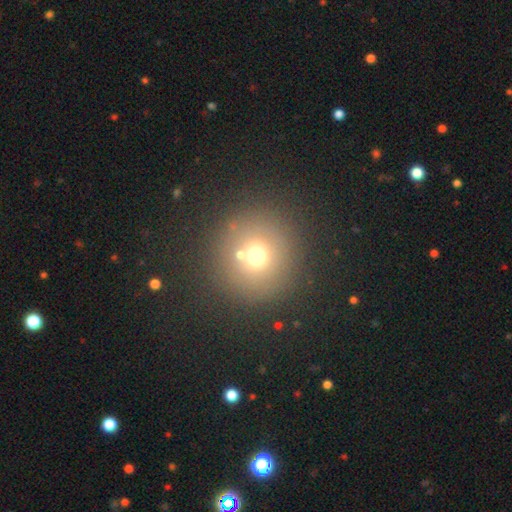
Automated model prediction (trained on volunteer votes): Morphology: type=smooth (66%); roundness=round (94%); merging=none (80%).